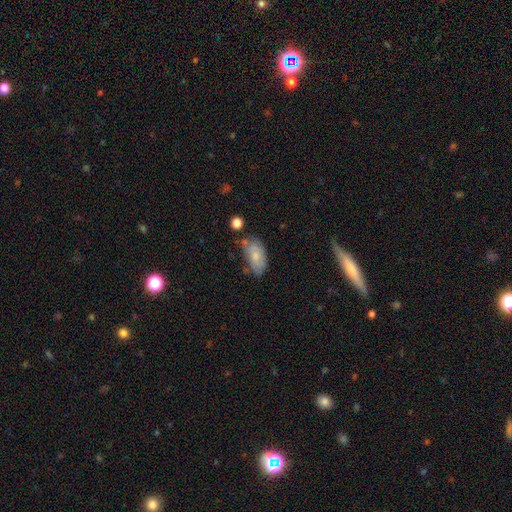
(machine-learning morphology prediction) A smooth galaxy with no disk features (75%) that is in between round and cigar-shaped (92%).

Vote fractions:
- Smooth or featured? smooth: 75% / featured or disk: 18% / star or artifact: 7%
- How rounded? in between: 92% / round: 4% / cigar-shaped: 4%
- Merging? none: 55% / minor disturbance: 28% / merger: 9% / major disturbance: 8%